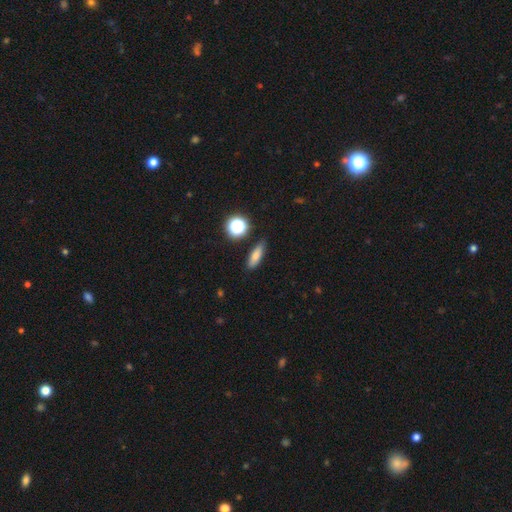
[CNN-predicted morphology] Smooth or featured? Predicted: smooth (p=0.76). How rounded? Predicted: cigar-shaped (p=0.46). Merging? Predicted: none (p=0.83).